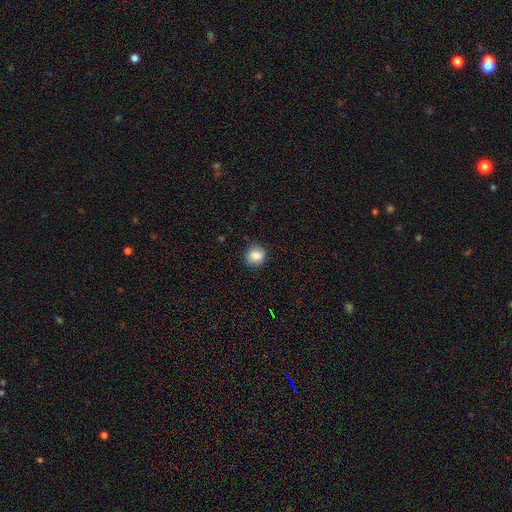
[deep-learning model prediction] Smooth or featured: smooth — 85% (star or artifact — 10%)
How rounded: round — 84% (in between — 15%)
Merging: none — 83% (minor disturbance — 13%)